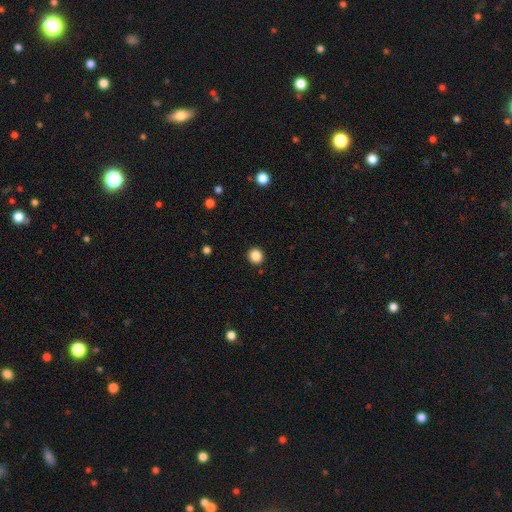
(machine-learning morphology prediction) Q: Smooth or featured?
A: smooth (87%); runner-up: star or artifact (10%)
Q: How rounded?
A: round (92%); runner-up: in between (7%)
Q: Merging?
A: none (92%); runner-up: minor disturbance (5%)